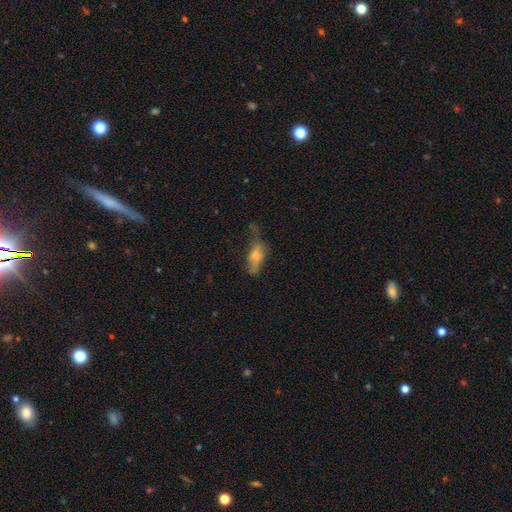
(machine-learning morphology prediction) smooth-or-featured: smooth: 63% | featured or disk: 27% | star or artifact: 9%
  how-rounded: in between: 76% | cigar-shaped: 21% | round: 4%
  merging: none: 33% | major disturbance: 31% | minor disturbance: 31% | merger: 5%